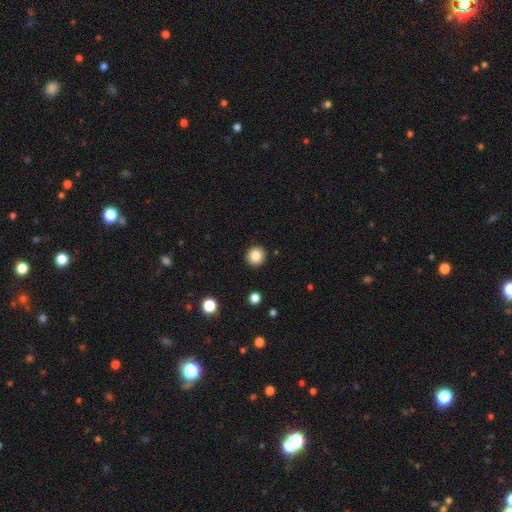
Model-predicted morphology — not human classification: This is clearly a smooth galaxy (85%). How rounded: clearly round (94%). Merging: clearly none (92%).